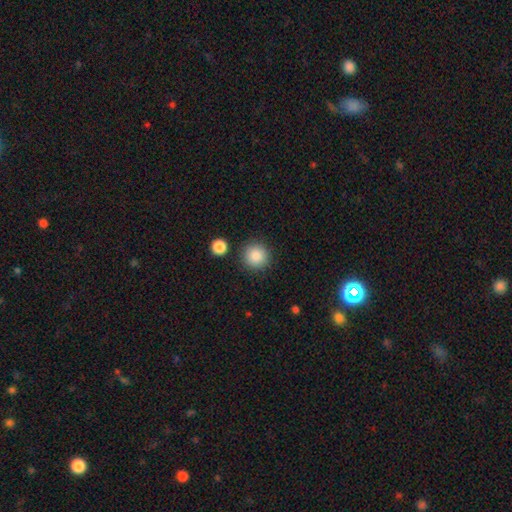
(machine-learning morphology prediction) smooth-or-featured: smooth: 86% | star or artifact: 9% | featured or disk: 5%
  how-rounded: round: 95% | in between: 4% | cigar-shaped: 1%
  merging: none: 89% | minor disturbance: 6% | merger: 3% | major disturbance: 2%